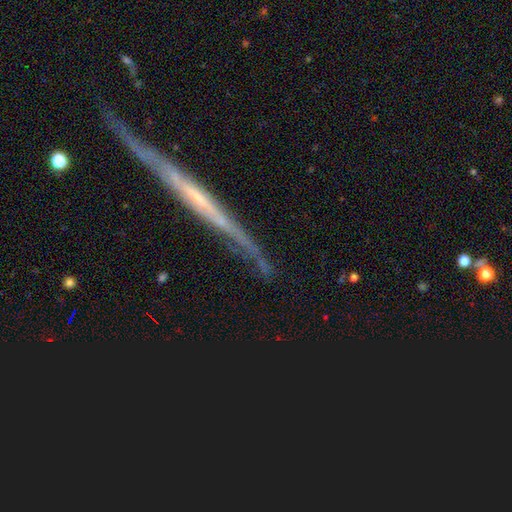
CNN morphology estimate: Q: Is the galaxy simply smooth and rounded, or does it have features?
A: featured or disk — 58%.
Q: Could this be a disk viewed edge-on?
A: yes — 82%.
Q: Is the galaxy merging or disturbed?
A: none — 75%.